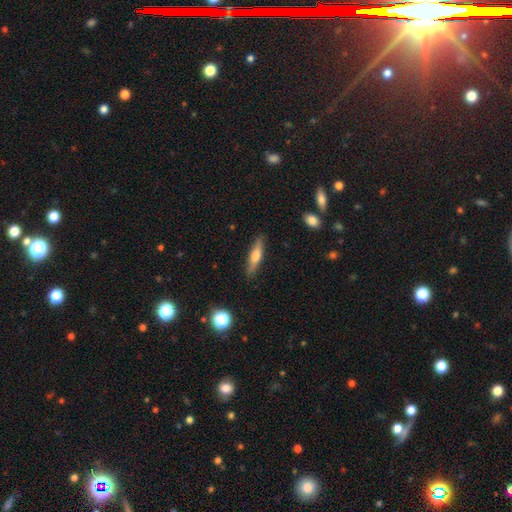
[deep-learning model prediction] smooth 52%, featured or disk 41%, star or artifact 7%. Down the decision tree: how rounded — cigar-shaped (76%); merging — none (87%).